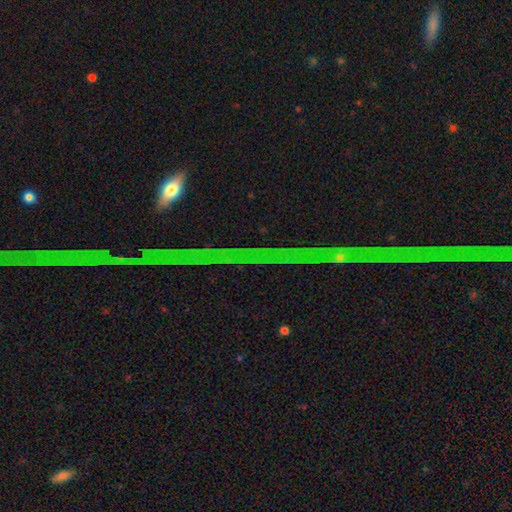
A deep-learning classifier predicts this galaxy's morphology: star or artifact 65%, featured or disk 22%, smooth 13%.